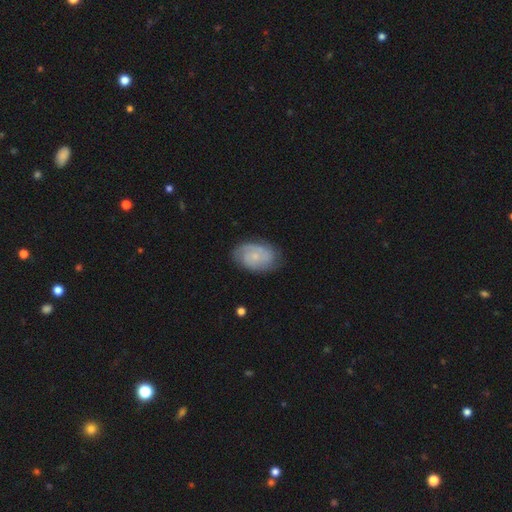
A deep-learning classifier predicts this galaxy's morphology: type=featured or disk (70%); edge-on=no (97%); bar=no (73%); spiral arms=yes (92%); winding=tight (60%); arm count=2 (50%); bulge=small (72%); merging=none (75%).